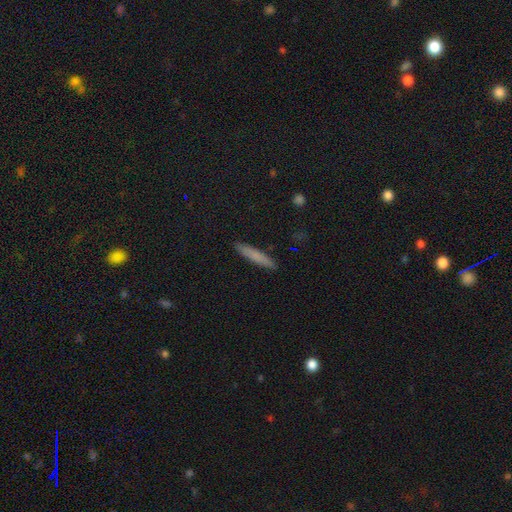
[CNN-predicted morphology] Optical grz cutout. It shows a smooth galaxy with no disk features (77%) that is cigar-shaped (92%). Merging: none (90%).